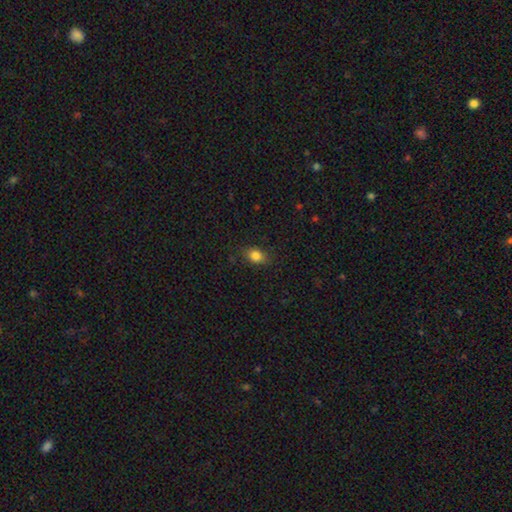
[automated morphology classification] smooth-or-featured: smooth: 83% | star or artifact: 10% | featured or disk: 6%
  how-rounded: in between: 67% | round: 32% | cigar-shaped: 2%
  merging: none: 84% | minor disturbance: 12% | major disturbance: 3% | merger: 1%